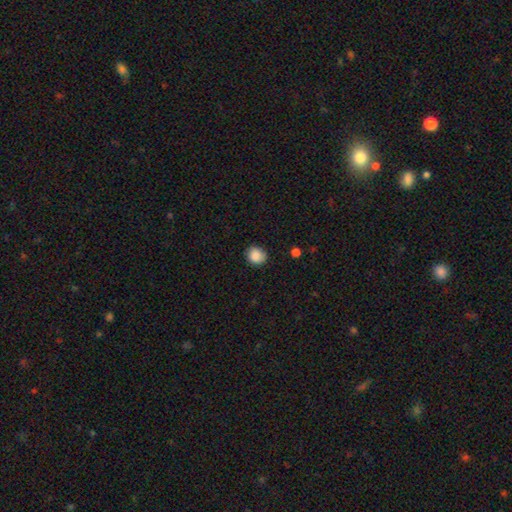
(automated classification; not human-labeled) Q: Smooth or featured?
A: smooth (87%); runner-up: star or artifact (8%)
Q: How rounded?
A: round (80%); runner-up: in between (19%)
Q: Merging?
A: none (81%); runner-up: minor disturbance (15%)